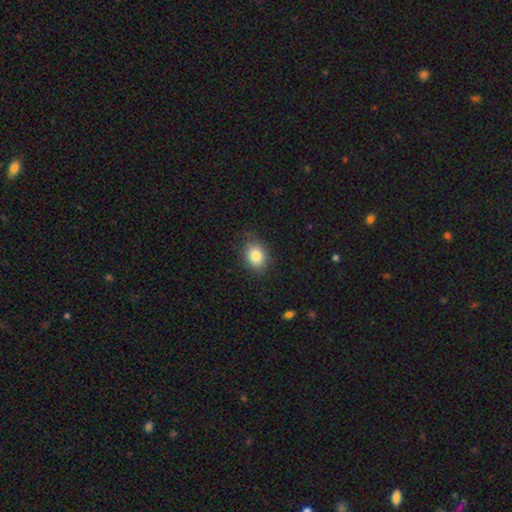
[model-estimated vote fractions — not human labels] A smooth galaxy with no disk features (85%) that is in between round and cigar-shaped (70%).

Vote fractions:
- Smooth or featured? smooth: 85% / star or artifact: 8% / featured or disk: 7%
- How rounded? in between: 70% / round: 29% / cigar-shaped: 1%
- Merging? none: 83% / minor disturbance: 13% / major disturbance: 3% / merger: 1%